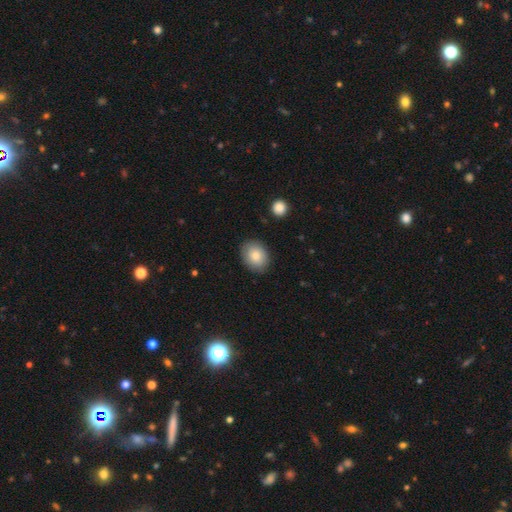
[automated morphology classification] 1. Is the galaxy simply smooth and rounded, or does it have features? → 84% smooth, 9% featured or disk, 7% star or artifact.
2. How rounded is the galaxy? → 63% in between, 36% round, 1% cigar-shaped.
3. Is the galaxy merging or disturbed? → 86% none, 10% minor disturbance, 3% major disturbance, 1% merger.